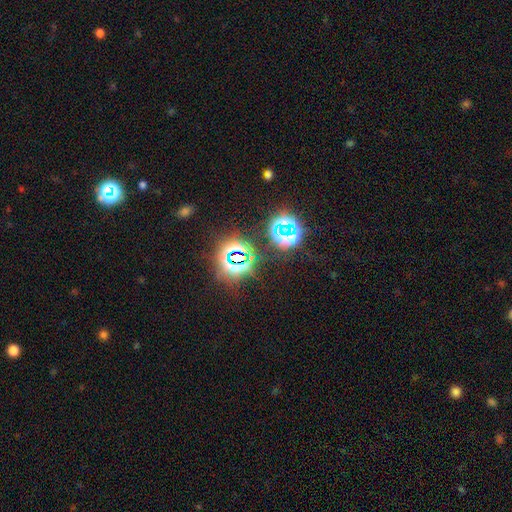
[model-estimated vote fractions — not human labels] The model was most divided on "smooth or featured": star or artifact: 80%, smooth: 13%, featured or disk: 7%.